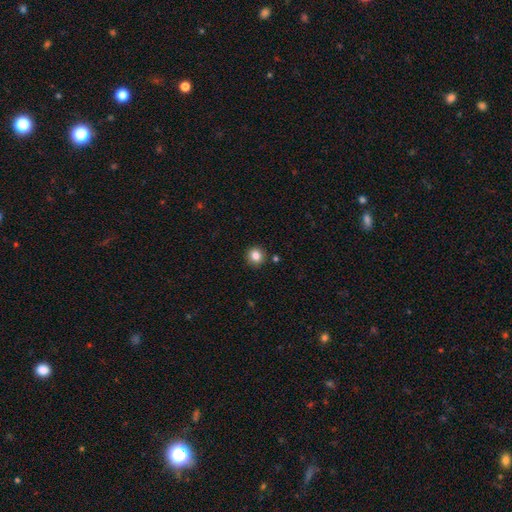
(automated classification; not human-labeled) Smooth or featured?
  - smooth: 84% *
  - star or artifact: 11%
  - featured or disk: 5%
How rounded?
  - round: 92% *
  - in between: 7%
  - cigar-shaped: 1%
Merging?
  - none: 90% *
  - minor disturbance: 6%
  - merger: 2%
  - major disturbance: 2%